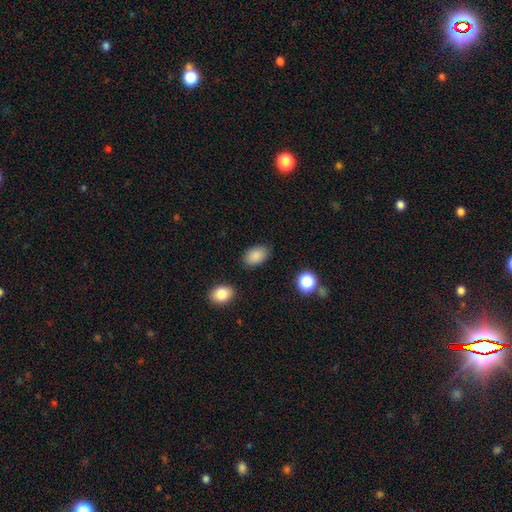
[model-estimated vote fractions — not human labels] This is clearly a smooth galaxy (87%). How rounded: clearly in between (89%). Merging: clearly none (83%).